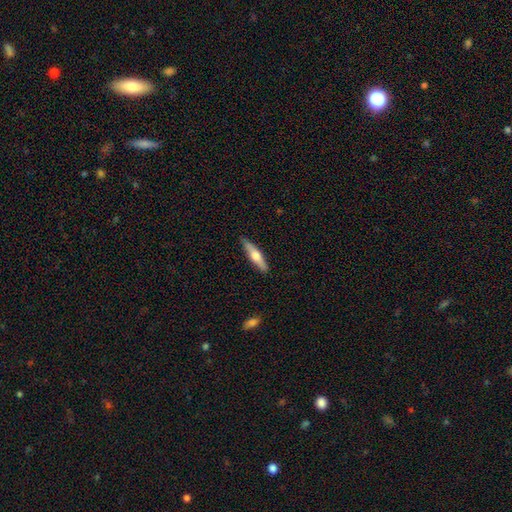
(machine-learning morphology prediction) This is possibly a featured or disk galaxy (48%). Merging: clearly none (88%).